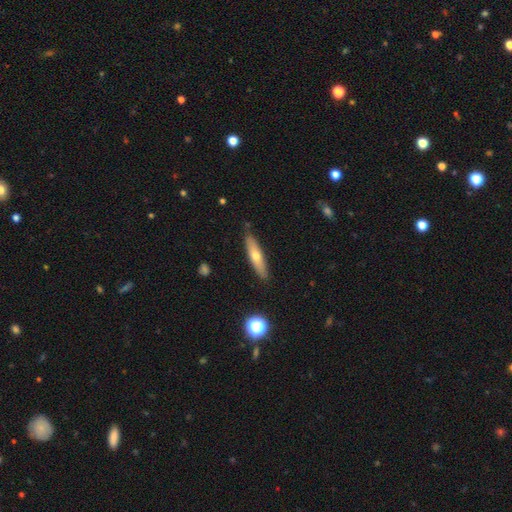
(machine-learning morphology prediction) Smooth or featured? Predicted: smooth (p=0.56). How rounded? Predicted: cigar-shaped (p=0.75). Merging? Predicted: none (p=0.86).